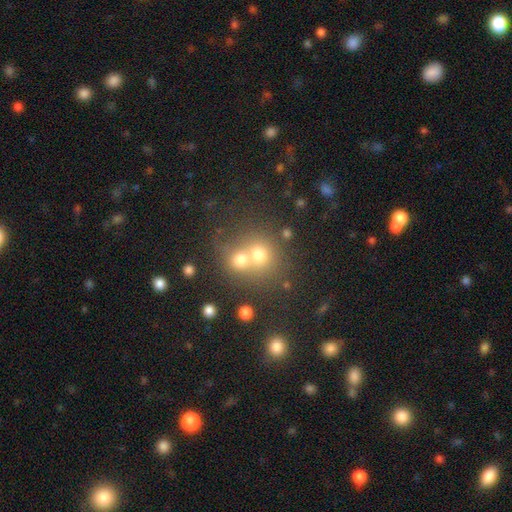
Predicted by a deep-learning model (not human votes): Smooth or featured? Predicted: smooth (p=0.67). How rounded? Predicted: round (p=0.81). Merging? Predicted: merger (p=0.57).